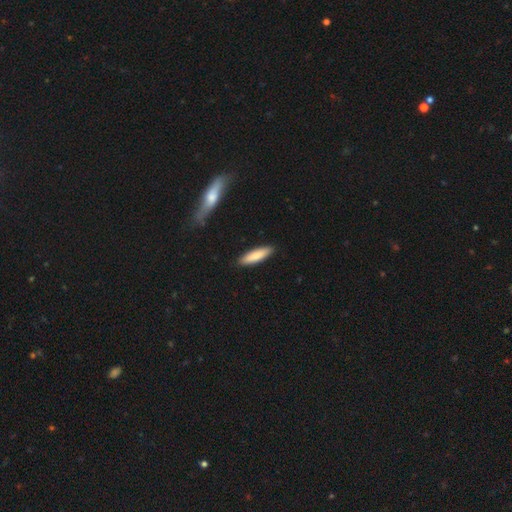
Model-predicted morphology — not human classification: This is clearly a smooth galaxy (82%). How rounded: likely cigar-shaped (65%). Merging: clearly none (89%).